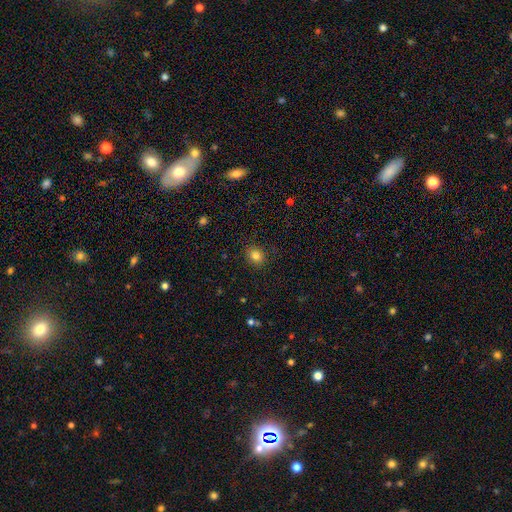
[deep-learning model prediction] The model was most divided on "how rounded": round: 71%, in between: 28%, cigar-shaped: 1%. More confident: merging — none (88%); smooth or featured — smooth (83%).